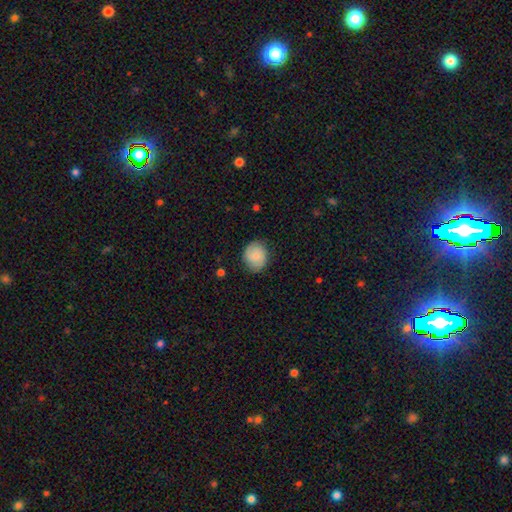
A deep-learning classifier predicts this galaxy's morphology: smooth_or_featured: smooth (p=0.69) [alt: featured or disk p=0.23]
how_rounded: round (p=0.70) [alt: in between p=0.29]
merging: none (p=0.78) [alt: minor disturbance p=0.16]